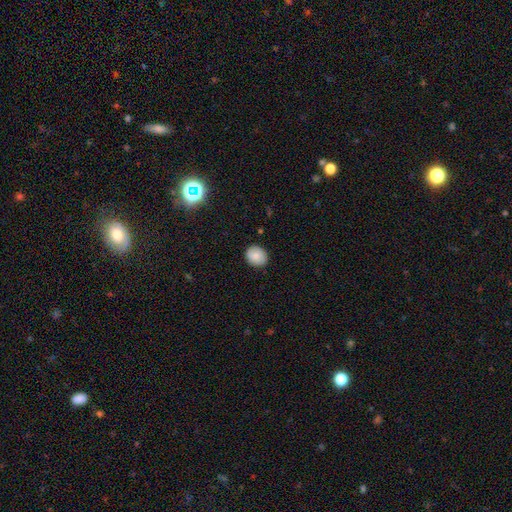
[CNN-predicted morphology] The model was most divided on "how rounded": round: 71%, in between: 28%, cigar-shaped: 1%. More confident: merging — none (87%); smooth or featured — smooth (85%).